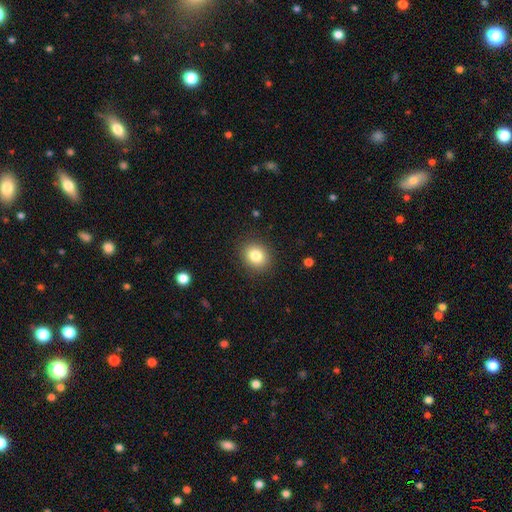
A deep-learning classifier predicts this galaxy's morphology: Overall: smooth (82%). How rounded: round (70%). Merging: none (89%).